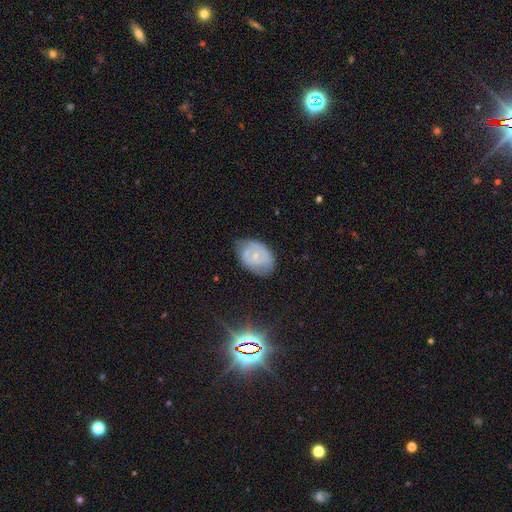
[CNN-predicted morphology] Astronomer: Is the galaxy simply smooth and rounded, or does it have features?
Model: featured or disk — 54% (runner-up: smooth, 36%).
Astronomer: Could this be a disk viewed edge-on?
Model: no — 95%.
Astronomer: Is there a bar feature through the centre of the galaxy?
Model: no — 65%.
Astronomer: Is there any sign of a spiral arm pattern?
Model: yes — 58% (runner-up: no, 42%).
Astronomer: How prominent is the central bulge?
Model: small — 67%.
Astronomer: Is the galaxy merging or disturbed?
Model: none — 56% (runner-up: minor disturbance, 32%).